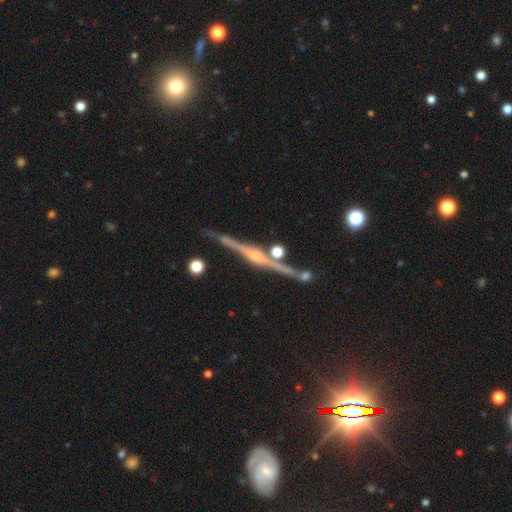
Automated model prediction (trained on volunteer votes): Smooth or featured? featured or disk (87%)
Edge-on disk? yes (98%)
Edge-on bulge? rounded (84%)
Merging? none (82%)